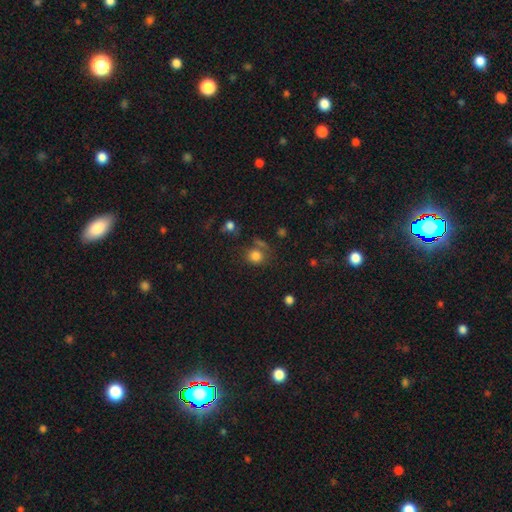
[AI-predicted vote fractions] Smooth or featured: smooth — 80% (star or artifact — 14%)
How rounded: round — 77% (in between — 22%)
Merging: none — 61% (merger — 17%)